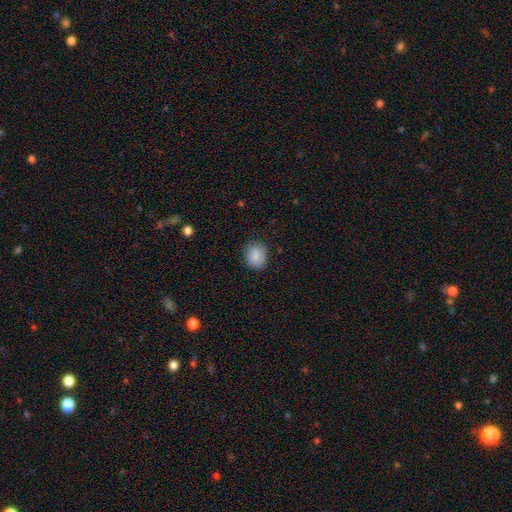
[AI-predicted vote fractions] Q: Smooth or featured?
A: smooth (86%); runner-up: star or artifact (8%)
Q: How rounded?
A: round (57%); runner-up: in between (42%)
Q: Merging?
A: none (78%); runner-up: minor disturbance (17%)